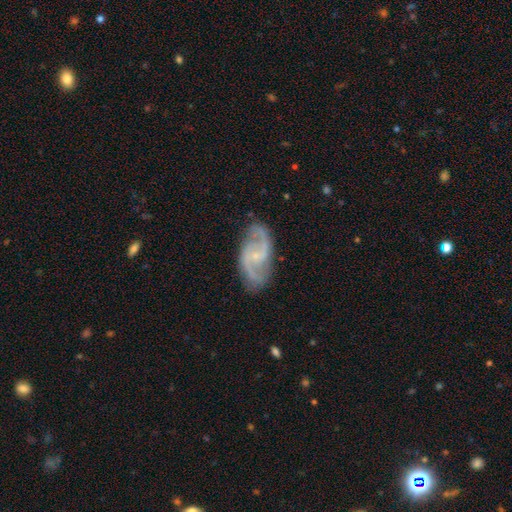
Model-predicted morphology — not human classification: The model was most divided on "bar": no: 49%, weak: 42%, strong: 8%. More confident: spiral arms — yes (97%); edge-on disk — no (97%); spiral arm count — 2 (90%); smooth or featured — featured or disk (89%); merging — none (79%); bulge size — small (77%); spiral winding — medium (54%).